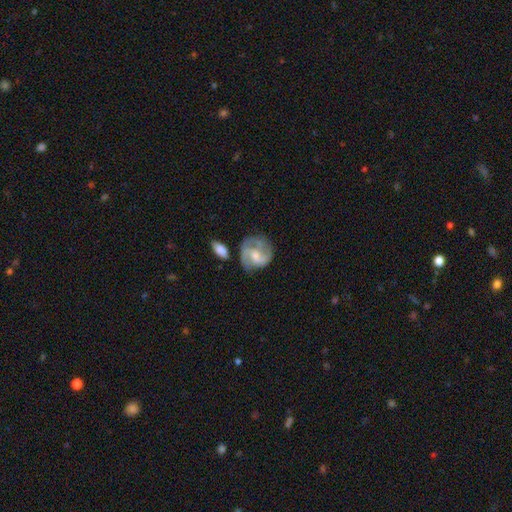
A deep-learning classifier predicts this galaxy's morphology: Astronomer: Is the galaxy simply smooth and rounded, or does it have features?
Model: featured or disk — 66%.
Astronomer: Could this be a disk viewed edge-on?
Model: no — 97%.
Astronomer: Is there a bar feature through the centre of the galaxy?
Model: no — 49% (runner-up: weak, 42%).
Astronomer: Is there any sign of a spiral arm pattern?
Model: yes — 85%.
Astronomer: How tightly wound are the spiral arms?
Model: medium — 48% (runner-up: tight, 29%).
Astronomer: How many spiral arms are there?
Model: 2 — 46% (runner-up: 3, 24%).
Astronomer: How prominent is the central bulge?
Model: moderate — 51% (runner-up: small, 33%).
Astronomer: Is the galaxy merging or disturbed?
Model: none — 56%.